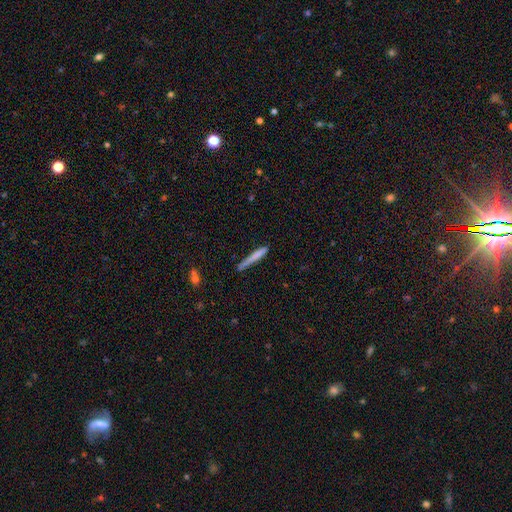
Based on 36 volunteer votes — Smooth or featured? smooth (78%)
How rounded? cigar-shaped (96%)
Merging? none (91%)